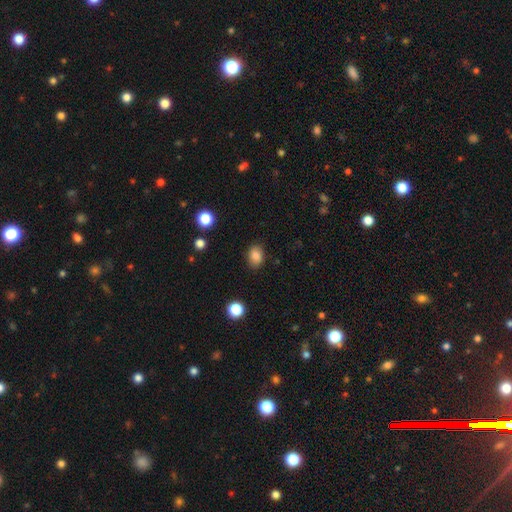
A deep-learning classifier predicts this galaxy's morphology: Smooth or featured?
  - smooth: 84% *
  - star or artifact: 10%
  - featured or disk: 6%
How rounded?
  - in between: 71% *
  - round: 28%
  - cigar-shaped: 1%
Merging?
  - none: 86% *
  - minor disturbance: 10%
  - major disturbance: 2%
  - merger: 1%